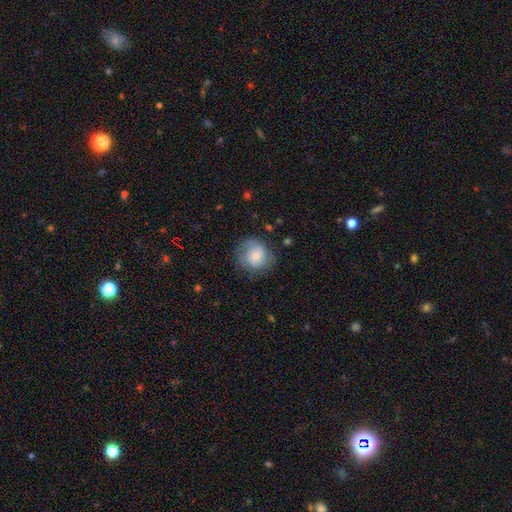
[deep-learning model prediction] Overall: smooth (49%; featured or disk 43%). Merging: none (68%).